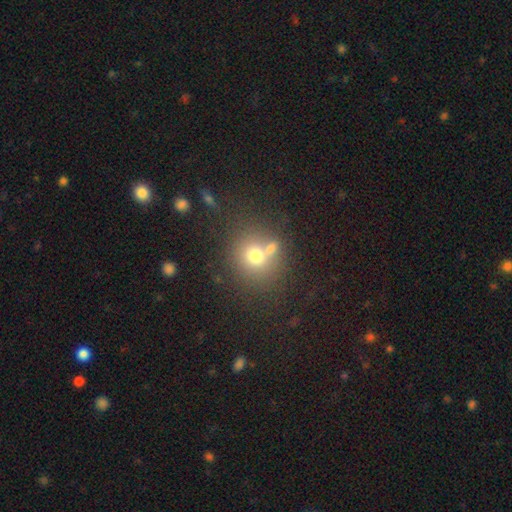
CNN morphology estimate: This is likely a smooth galaxy (70%). How rounded: clearly round (84%). Merging: possibly none (54%).